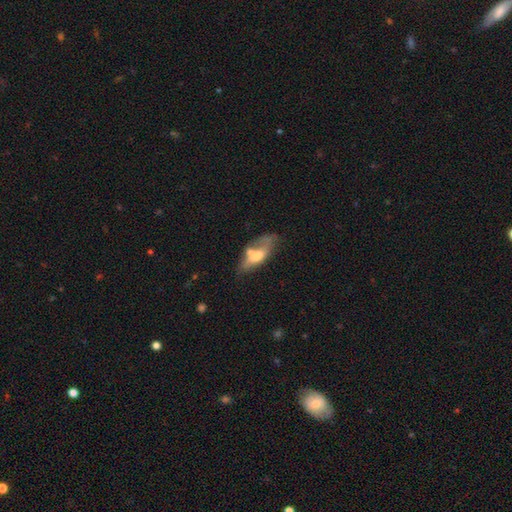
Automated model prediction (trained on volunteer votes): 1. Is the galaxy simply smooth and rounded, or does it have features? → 50% smooth, 42% featured or disk, 8% star or artifact.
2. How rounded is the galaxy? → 75% in between, 22% cigar-shaped, 4% round.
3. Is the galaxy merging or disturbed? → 31% none, 27% merger, 22% minor disturbance, 20% major disturbance.